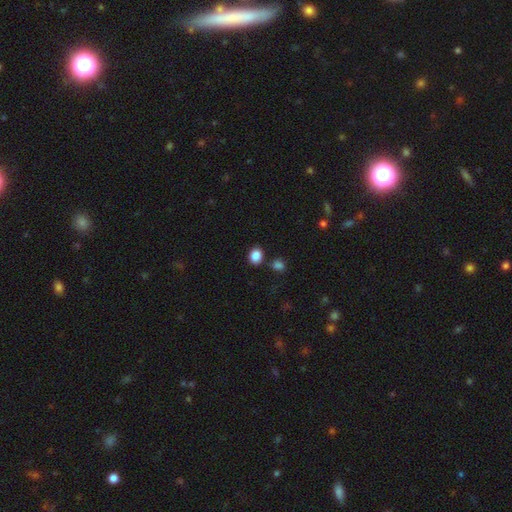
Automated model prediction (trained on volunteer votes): This is clearly a smooth galaxy (87%). How rounded: possibly in between (50%). Merging: likely none (78%).